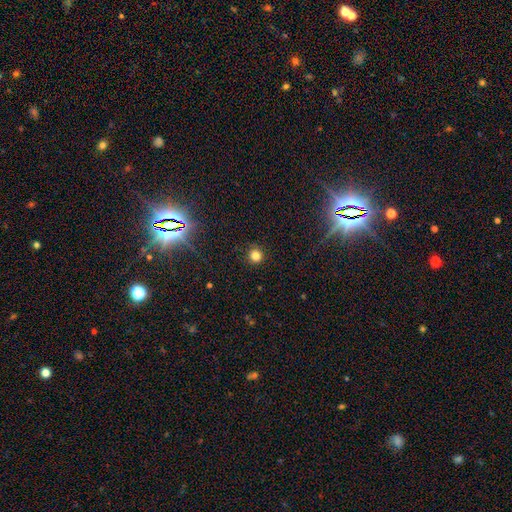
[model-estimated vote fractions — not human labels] The model was most divided on "smooth or featured": smooth: 80%, star or artifact: 15%, featured or disk: 5%. More confident: how rounded — round (93%); merging — none (91%).